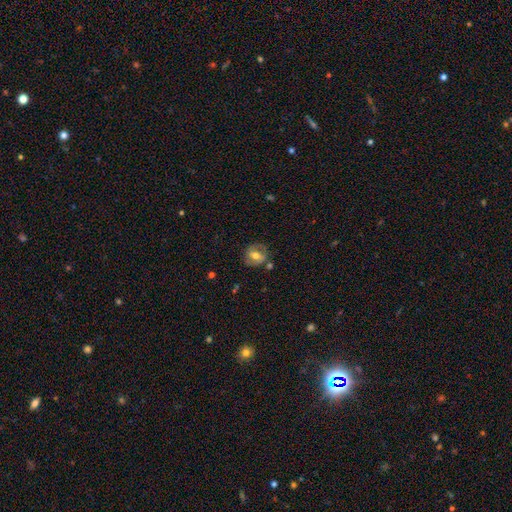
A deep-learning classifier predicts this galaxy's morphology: Smooth or featured?
  - featured or disk: 48% *
  - smooth: 44%
  - star or artifact: 8%
Merging?
  - none: 71% *
  - minor disturbance: 17%
  - major disturbance: 6%
  - merger: 6%